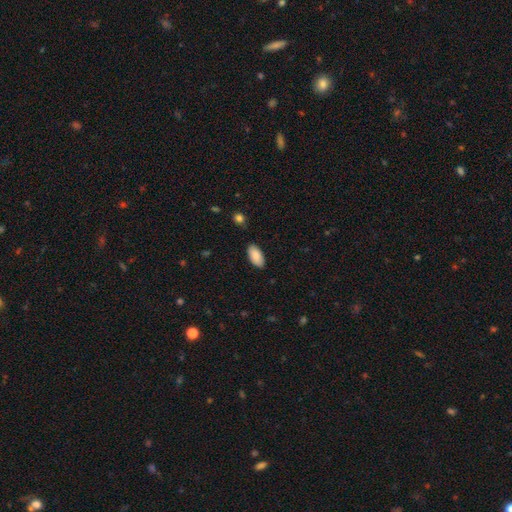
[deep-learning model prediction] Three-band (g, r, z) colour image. It shows a smooth galaxy with no disk features (87%) that is in between round and cigar-shaped (95%). Merging: none (85%).